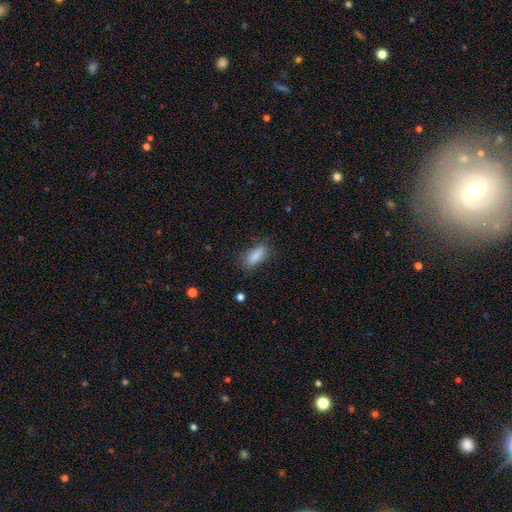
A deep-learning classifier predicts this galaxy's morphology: Smooth or featured? Predicted: smooth (p=0.84). How rounded? Predicted: in between (p=0.64). Merging? Predicted: none (p=0.76).